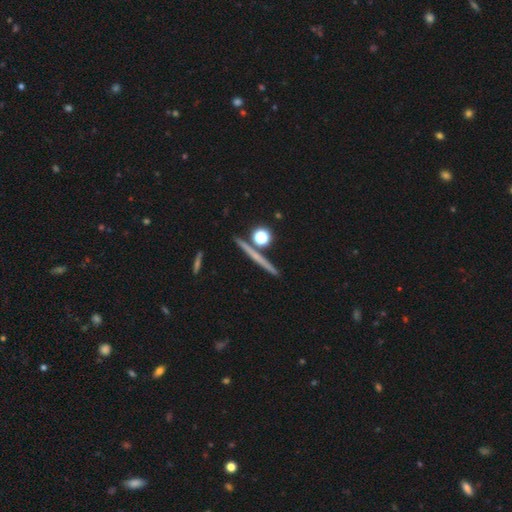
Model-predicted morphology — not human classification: A featured or disk galaxy (46%).

Vote fractions:
- Smooth or featured? featured or disk: 46% / smooth: 41% / star or artifact: 13%
- Merging? none: 86% / minor disturbance: 6% / merger: 5% / major disturbance: 2%